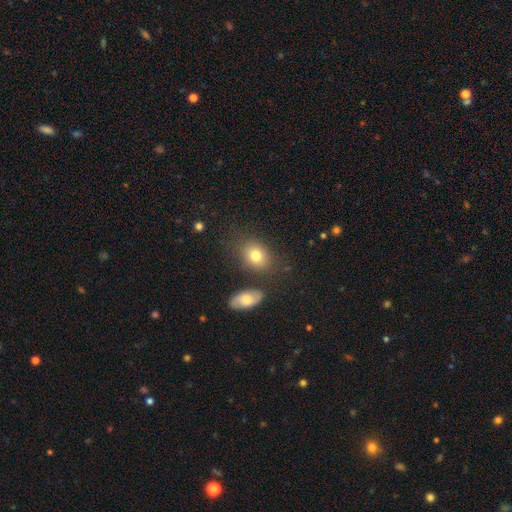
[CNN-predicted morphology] Q: Smooth or featured?
A: smooth (78%); runner-up: featured or disk (12%)
Q: How rounded?
A: in between (67%); runner-up: round (32%)
Q: Merging?
A: none (74%); runner-up: minor disturbance (13%)